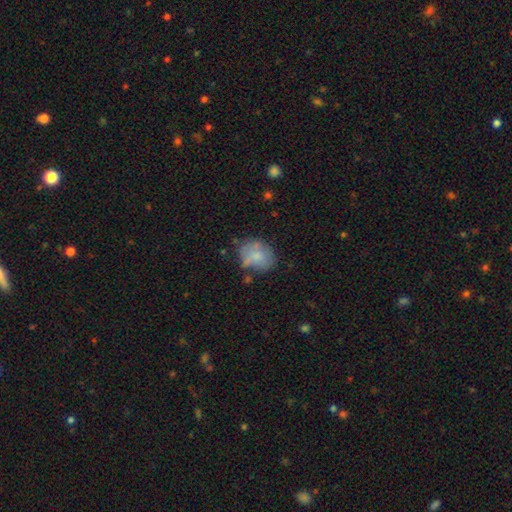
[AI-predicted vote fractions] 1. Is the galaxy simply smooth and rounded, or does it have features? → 67% smooth, 25% featured or disk, 9% star or artifact.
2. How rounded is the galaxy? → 55% in between, 44% round, 1% cigar-shaped.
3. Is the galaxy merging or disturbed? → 49% none, 29% minor disturbance, 14% major disturbance, 8% merger.